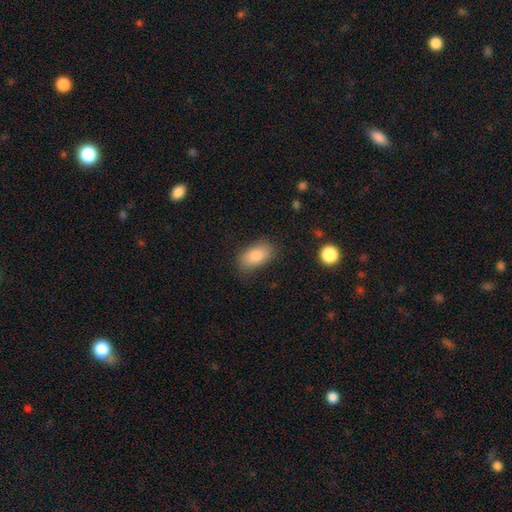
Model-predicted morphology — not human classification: Overall: smooth (84%). How rounded: in between (92%). Merging: none (81%).